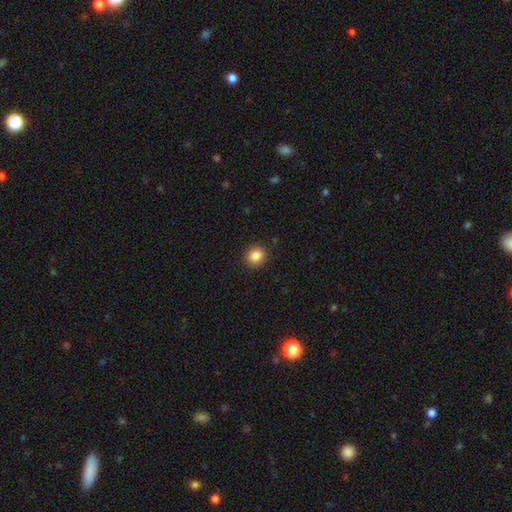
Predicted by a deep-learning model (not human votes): Smooth or featured? smooth (86%)
How rounded? round (80%)
Merging? none (90%)